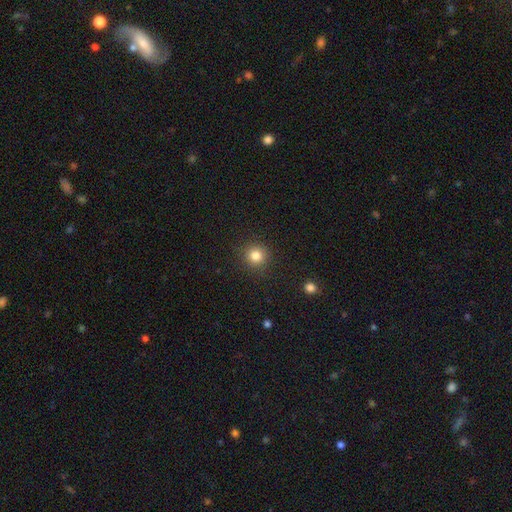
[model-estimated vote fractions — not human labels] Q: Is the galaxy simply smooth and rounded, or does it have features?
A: smooth — 82%.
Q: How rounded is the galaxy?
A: round — 93%.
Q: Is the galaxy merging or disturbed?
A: none — 90%.